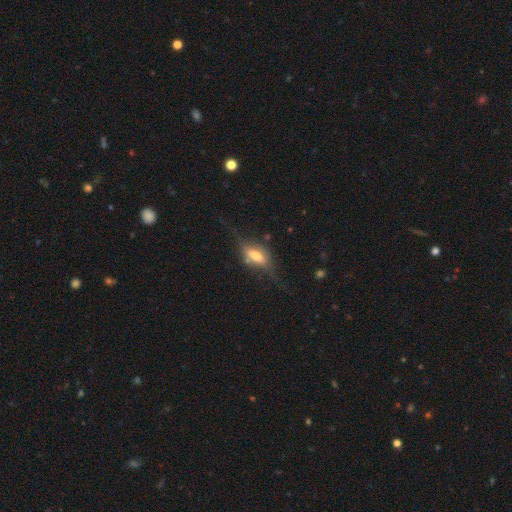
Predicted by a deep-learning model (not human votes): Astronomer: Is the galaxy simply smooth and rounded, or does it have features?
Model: featured or disk — 59%.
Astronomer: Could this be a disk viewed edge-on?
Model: yes — 78%.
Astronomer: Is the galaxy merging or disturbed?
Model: none — 55%.